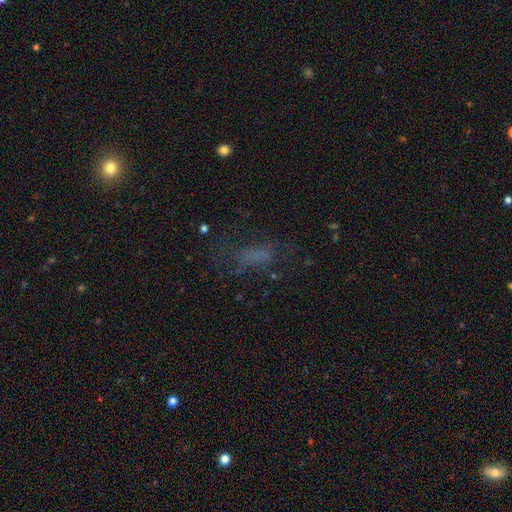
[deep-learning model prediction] smooth_or_featured: smooth (p=0.46) [alt: star or artifact p=0.28]
merging: none (p=0.48) [alt: major disturbance p=0.29]